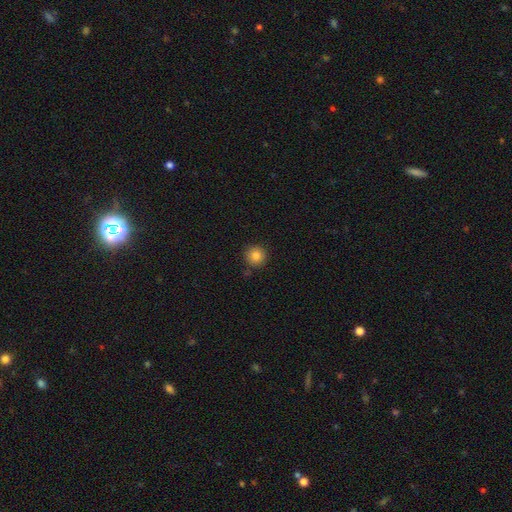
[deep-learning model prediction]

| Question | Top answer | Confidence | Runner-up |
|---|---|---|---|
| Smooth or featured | smooth | 83% | star or artifact (11%) |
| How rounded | round | 95% | in between (4%) |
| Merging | none | 87% | minor disturbance (8%) |